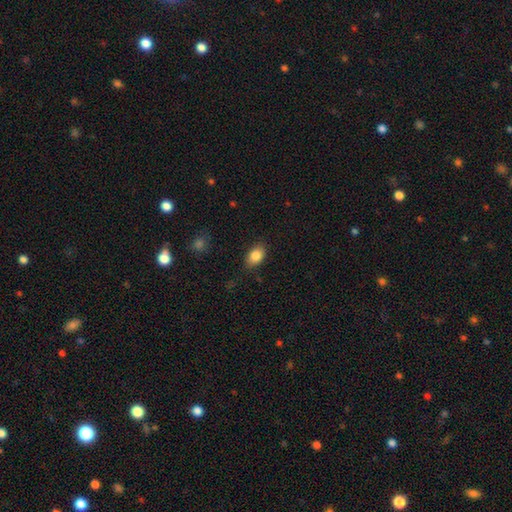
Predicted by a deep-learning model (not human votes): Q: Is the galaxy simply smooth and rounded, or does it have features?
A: smooth — 85%.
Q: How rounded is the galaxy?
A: in between — 82%.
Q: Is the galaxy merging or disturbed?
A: none — 81%.